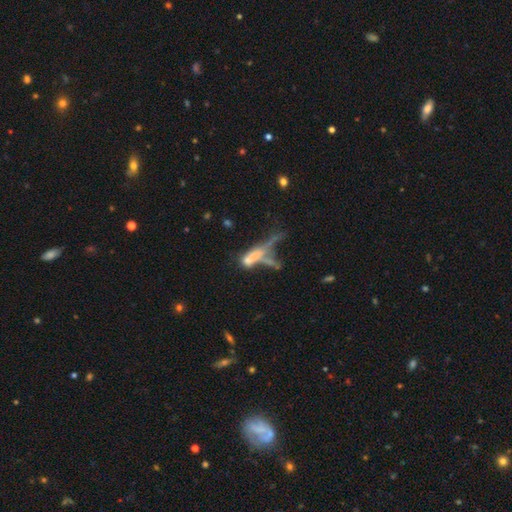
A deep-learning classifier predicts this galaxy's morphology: smooth-or-featured: smooth: 47% | featured or disk: 37% | star or artifact: 15%
  merging: merger: 40% | major disturbance: 33% | none: 16% | minor disturbance: 11%